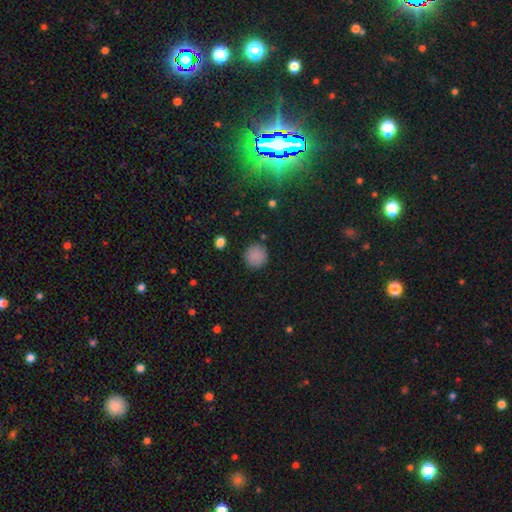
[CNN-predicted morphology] Smooth or featured? Predicted: smooth (p=0.87). How rounded? Predicted: round (p=0.94). Merging? Predicted: none (p=0.89).